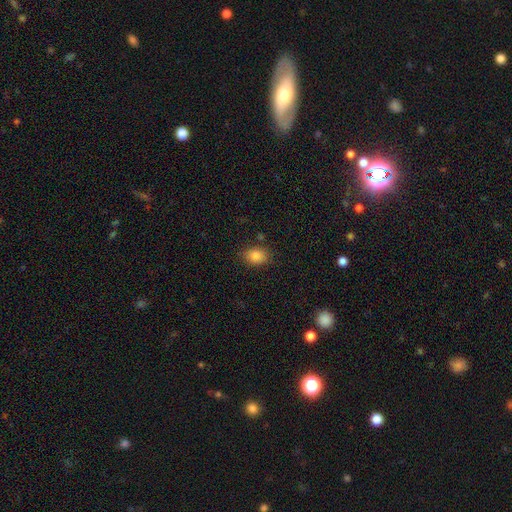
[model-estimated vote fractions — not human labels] Smooth or featured: smooth — 85% (star or artifact — 10%)
How rounded: in between — 68% (round — 31%)
Merging: none — 81% (minor disturbance — 13%)